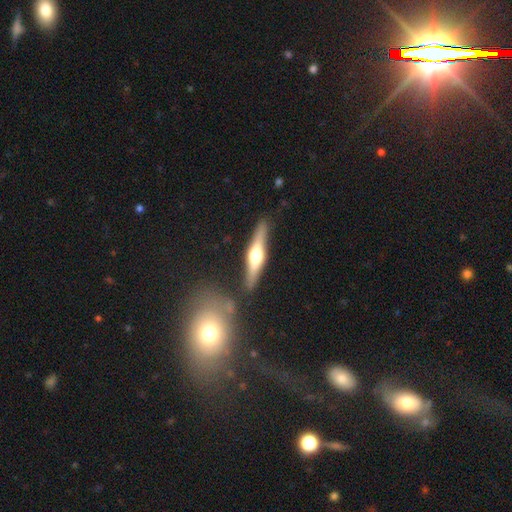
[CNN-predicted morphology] A featured or disk galaxy (65%) viewed edge-on (95%) with a rounded central bulge (93%). Merging: none (84%).